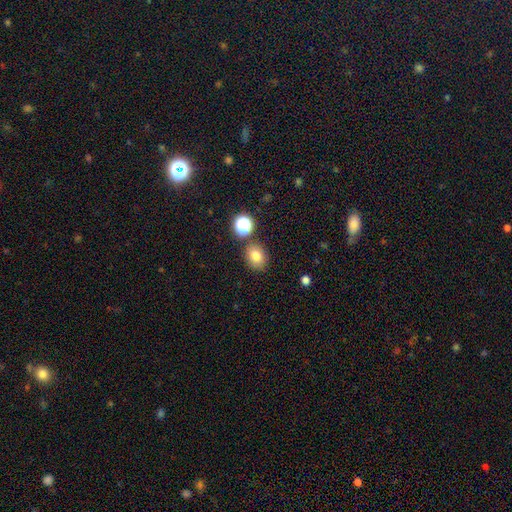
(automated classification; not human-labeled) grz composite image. It shows a smooth galaxy with no disk features (77%) that is round (56%). Merging: none (80%).